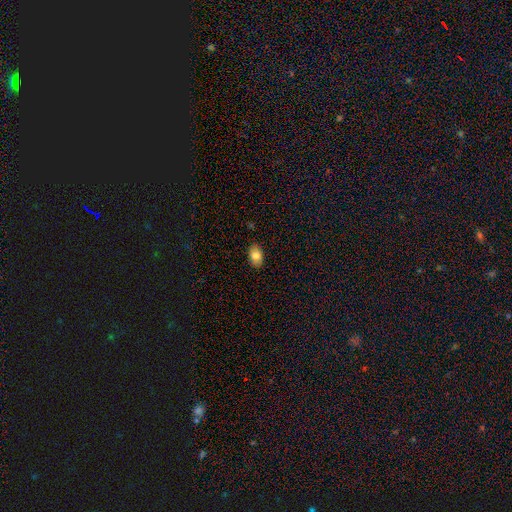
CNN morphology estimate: Smooth or featured?
  - smooth: 82% *
  - featured or disk: 10%
  - star or artifact: 7%
How rounded?
  - in between: 90% *
  - round: 9%
  - cigar-shaped: 1%
Merging?
  - none: 87% *
  - minor disturbance: 10%
  - major disturbance: 2%
  - merger: 1%